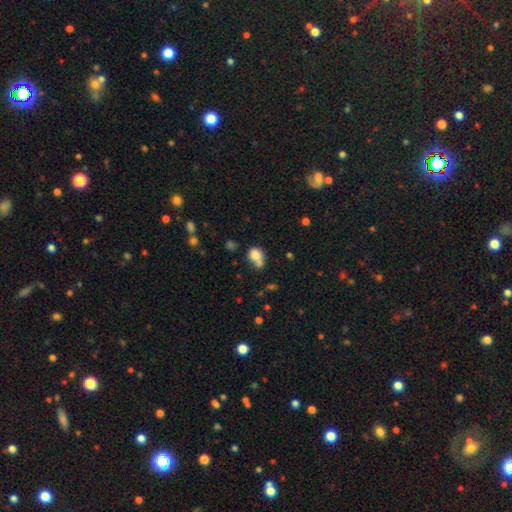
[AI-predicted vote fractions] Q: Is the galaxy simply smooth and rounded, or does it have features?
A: smooth — 80%.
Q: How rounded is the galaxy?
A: round — 58%.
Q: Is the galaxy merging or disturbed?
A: merger — 43%.